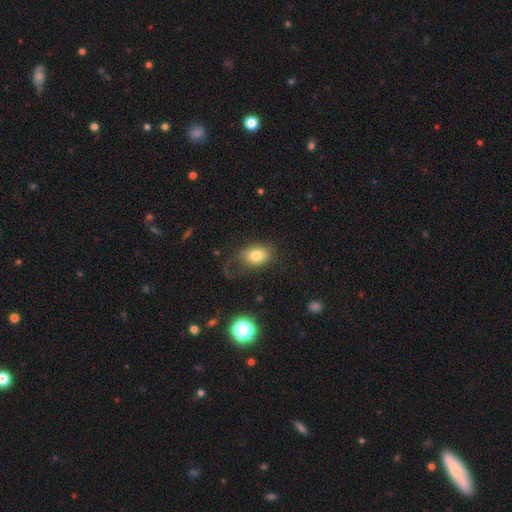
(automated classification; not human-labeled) Smooth or featured?
  - smooth: 77% *
  - featured or disk: 13%
  - star or artifact: 10%
How rounded?
  - in between: 78% *
  - round: 21%
  - cigar-shaped: 1%
Merging?
  - none: 59% *
  - minor disturbance: 20%
  - major disturbance: 19%
  - merger: 2%